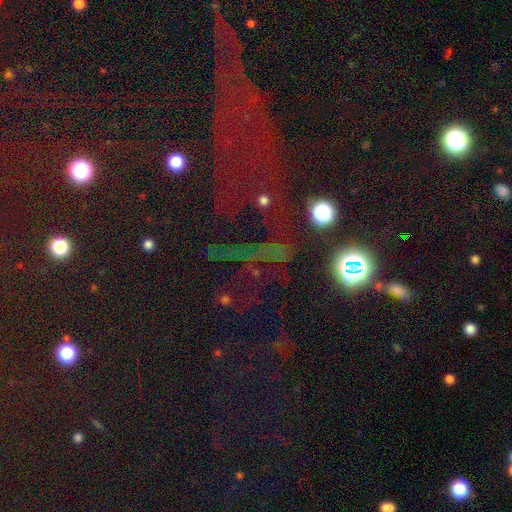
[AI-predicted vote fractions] Smooth or featured?
  - star or artifact: 72% *
  - smooth: 17%
  - featured or disk: 11%